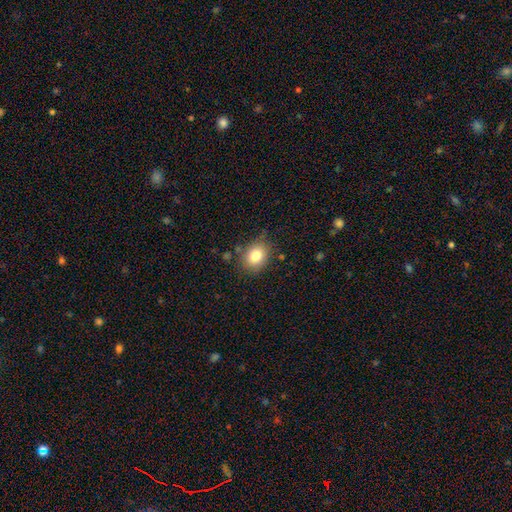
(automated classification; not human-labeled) A smooth galaxy with no disk features (81%) that is in between round and cigar-shaped (54%).

Vote fractions:
- Smooth or featured? smooth: 81% / star or artifact: 10% / featured or disk: 9%
- How rounded? in between: 54% / round: 45% / cigar-shaped: 1%
- Merging? none: 79% / minor disturbance: 14% / major disturbance: 4% / merger: 3%